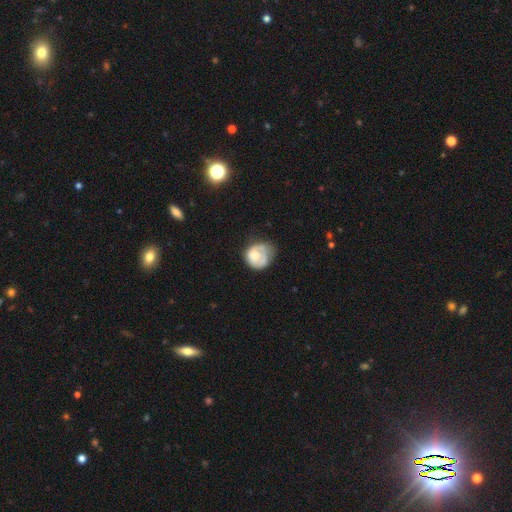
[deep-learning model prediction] Q: Smooth or featured?
A: smooth (63%); runner-up: featured or disk (30%)
Q: How rounded?
A: round (71%); runner-up: in between (28%)
Q: Merging?
A: none (38%); runner-up: minor disturbance (34%)